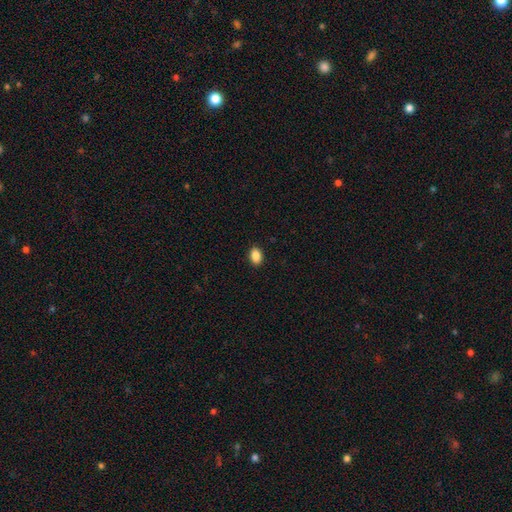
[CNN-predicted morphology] smooth 88%, star or artifact 8%, featured or disk 4%. Down the decision tree: how rounded — in between (83%); merging — none (90%).